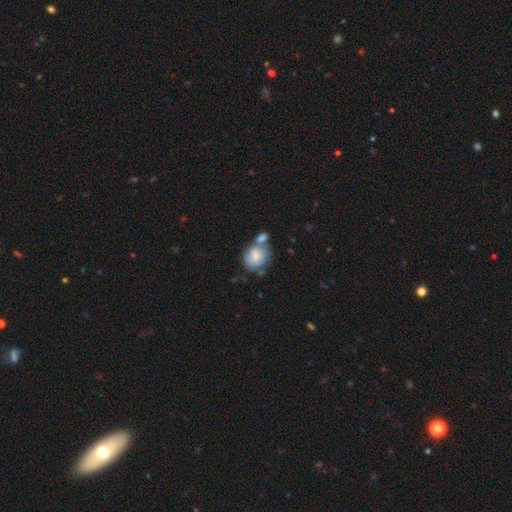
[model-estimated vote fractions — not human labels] Q: Smooth or featured?
A: smooth (72%); runner-up: featured or disk (20%)
Q: How rounded?
A: round (58%); runner-up: in between (41%)
Q: Merging?
A: merger (40%); runner-up: none (35%)